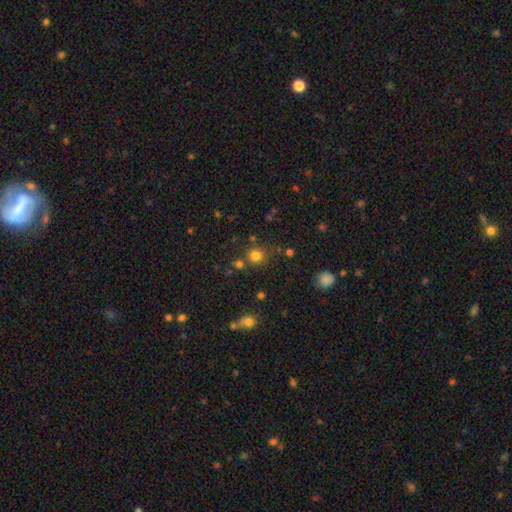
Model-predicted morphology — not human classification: This appears to be a smooth galaxy with no disk features (77%) that is round (90%). Merging: none (76%).